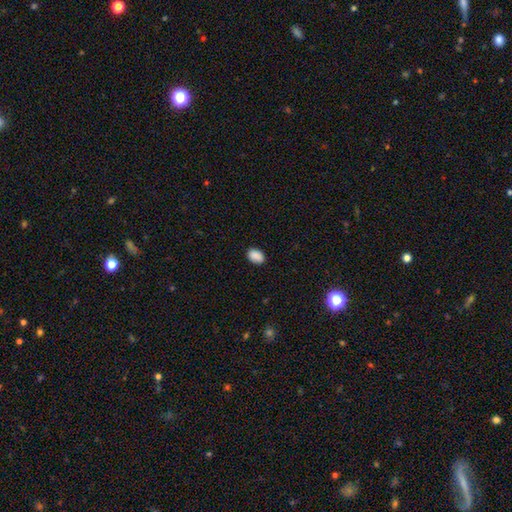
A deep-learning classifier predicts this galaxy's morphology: smooth_or_featured: smooth (p=0.89) [alt: star or artifact p=0.08]
how_rounded: in between (p=0.82) [alt: round p=0.16]
merging: none (p=0.87) [alt: minor disturbance p=0.10]